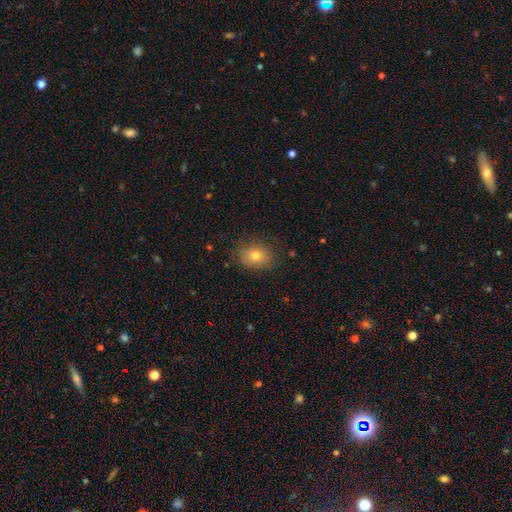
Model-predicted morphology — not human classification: smooth_or_featured: smooth (p=0.76) [alt: featured or disk p=0.12]
how_rounded: in between (p=0.57) [alt: round p=0.42]
merging: none (p=0.83) [alt: minor disturbance p=0.13]